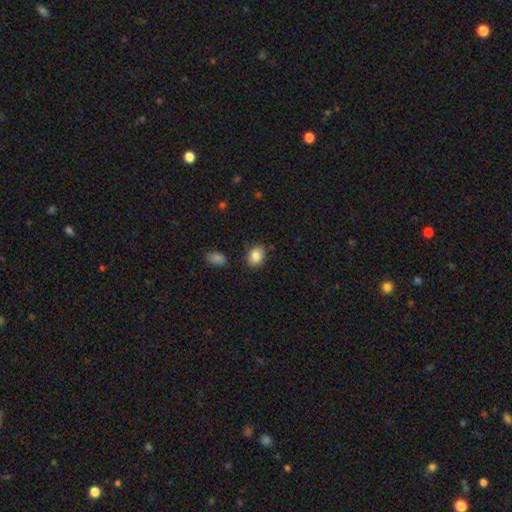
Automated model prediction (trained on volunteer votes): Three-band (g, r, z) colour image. It shows a smooth galaxy with no disk features (86%) that is in between round and cigar-shaped (57%). Merging: none (83%).